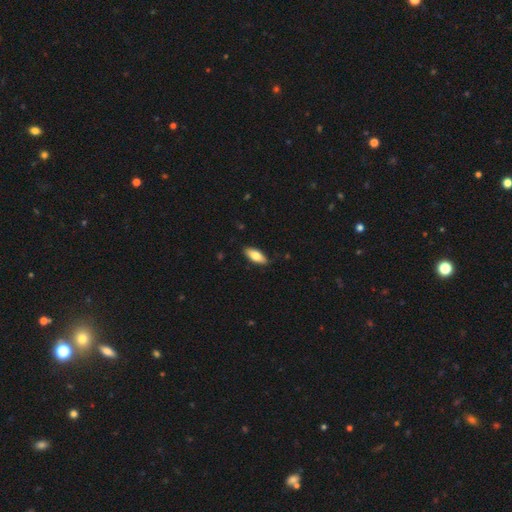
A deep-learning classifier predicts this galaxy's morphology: A smooth galaxy with no disk features (77%) that is in between round and cigar-shaped (78%).

Vote fractions:
- Smooth or featured? smooth: 77% / featured or disk: 17% / star or artifact: 6%
- How rounded? in between: 78% / cigar-shaped: 20% / round: 2%
- Merging? none: 86% / minor disturbance: 11% / major disturbance: 2% / merger: 1%